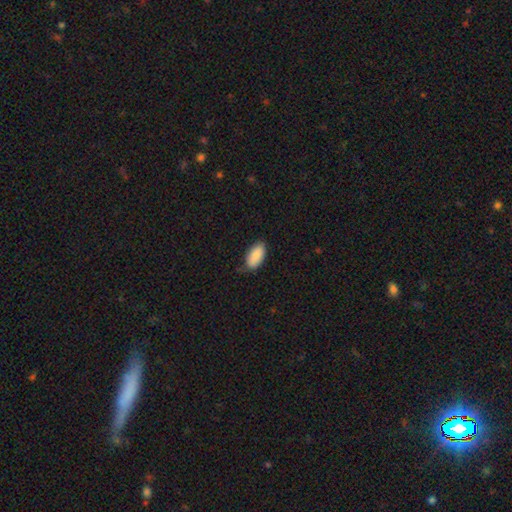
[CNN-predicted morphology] This appears to be a smooth galaxy with no disk features (89%) that is in between round and cigar-shaped (94%). Merging: none (76%).